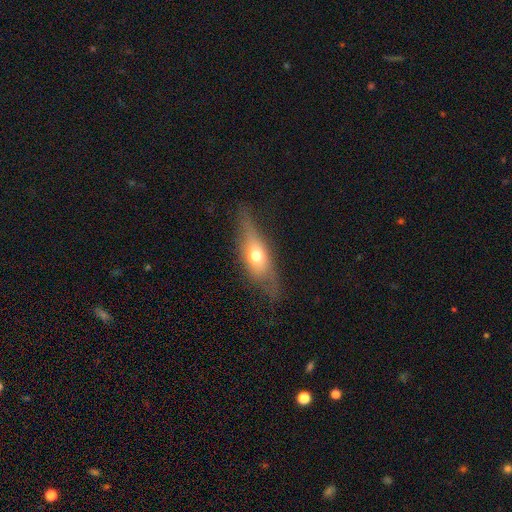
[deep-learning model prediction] This appears to be a smooth galaxy with no disk features (52%) that is in between round and cigar-shaped (57%). Merging: none (65%).